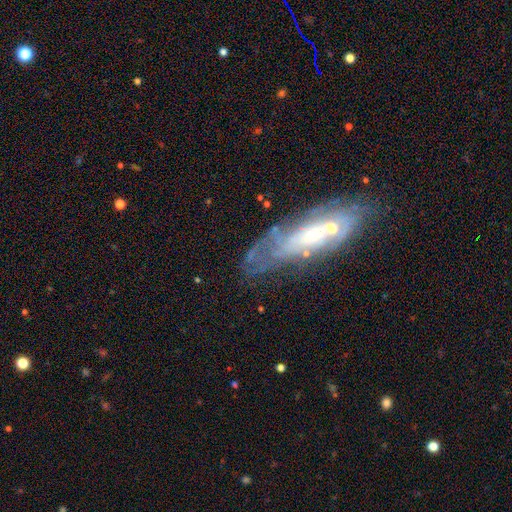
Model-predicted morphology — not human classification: smooth-or-featured: featured or disk: 68% | smooth: 21% | star or artifact: 11%
  disk-edge-on: no: 74% | yes: 26%
    bar: no: 73% | weak: 20% | strong: 7%
    has-spiral-arms: yes: 58% | no: 42%
    bulge-size: moderate: 45% | small: 35% | large: 11% | none: 7% | dominant: 3%
  merging: none: 55% | minor disturbance: 21% | major disturbance: 16% | merger: 9%